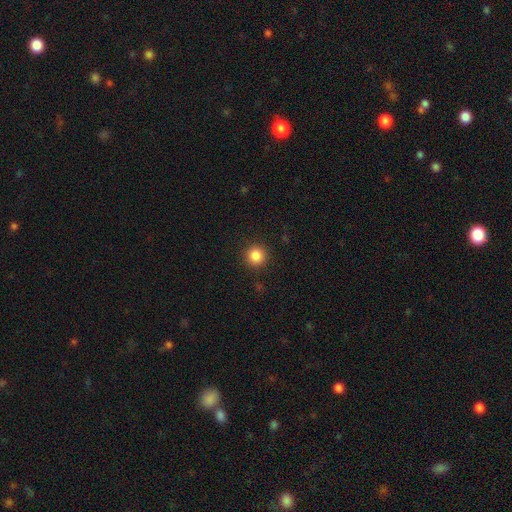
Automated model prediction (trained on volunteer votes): A smooth galaxy with no disk features (85%) that is round (94%). Merging: none (91%).